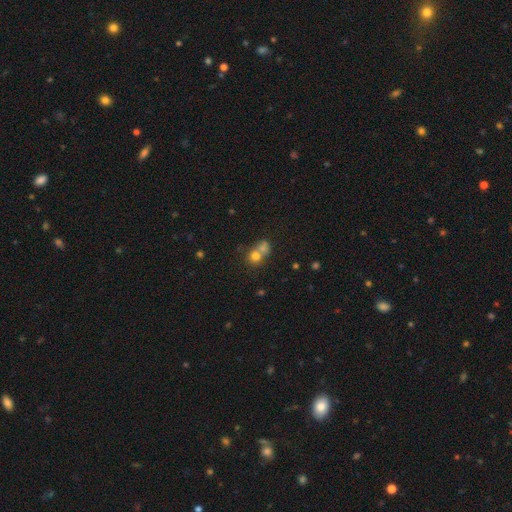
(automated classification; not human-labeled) Smooth or featured? Predicted: smooth (p=0.69). How rounded? Predicted: round (p=0.77). Merging? Predicted: merger (p=0.58).